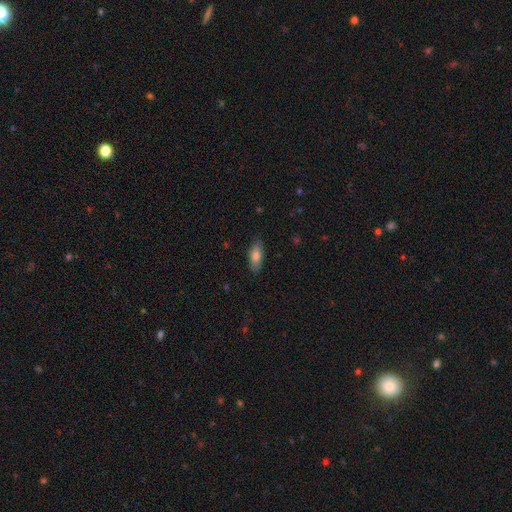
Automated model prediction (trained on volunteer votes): smooth-or-featured: smooth: 77% | featured or disk: 16% | star or artifact: 7%
  how-rounded: in between: 79% | cigar-shaped: 18% | round: 2%
  merging: none: 85% | minor disturbance: 12% | major disturbance: 2% | merger: 1%